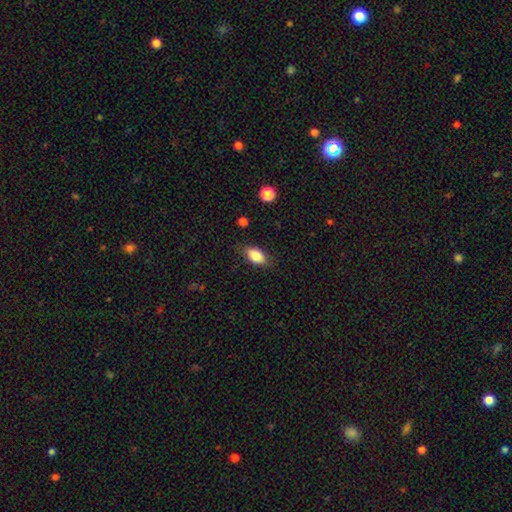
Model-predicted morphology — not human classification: Q: Smooth or featured?
A: smooth (83%); runner-up: featured or disk (9%)
Q: How rounded?
A: in between (88%); runner-up: round (8%)
Q: Merging?
A: none (80%); runner-up: minor disturbance (15%)